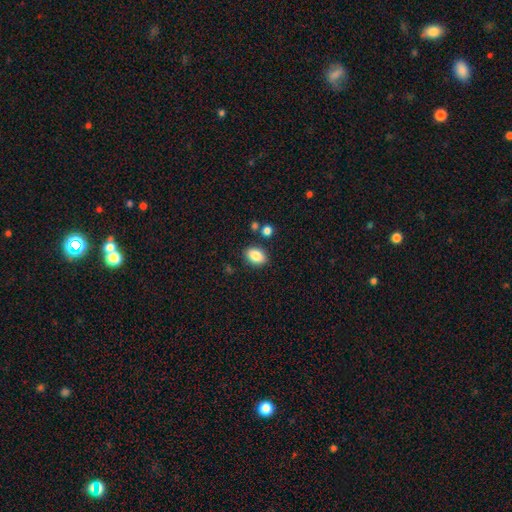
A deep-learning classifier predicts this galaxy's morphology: Smooth or featured? smooth (86%)
How rounded? in between (81%)
Merging? none (83%)